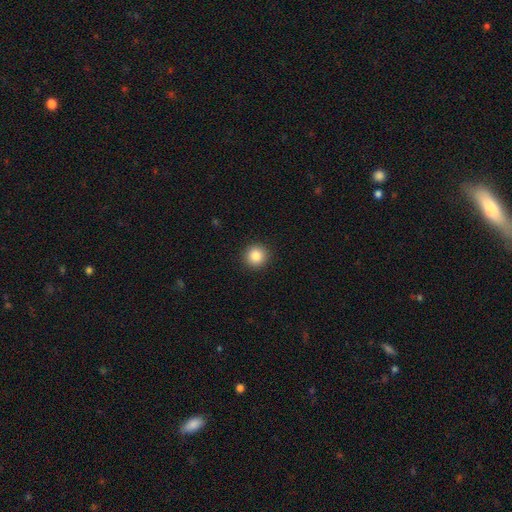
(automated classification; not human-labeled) smooth 86%, star or artifact 10%, featured or disk 5%. Down the decision tree: how rounded — round (94%); merging — none (92%).